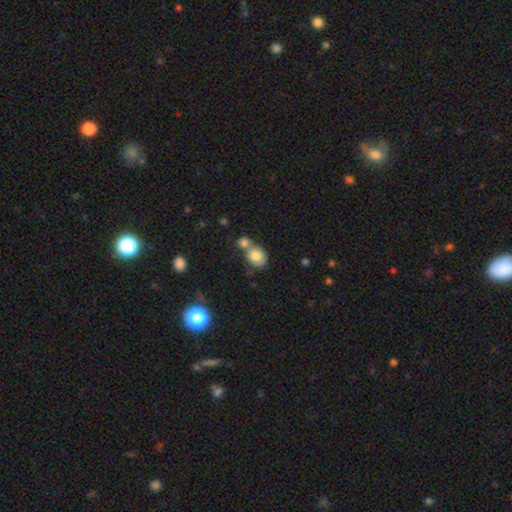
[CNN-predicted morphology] Smooth or featured? Predicted: smooth (p=0.80). How rounded? Predicted: round (p=0.53). Merging? Predicted: merger (p=0.46).